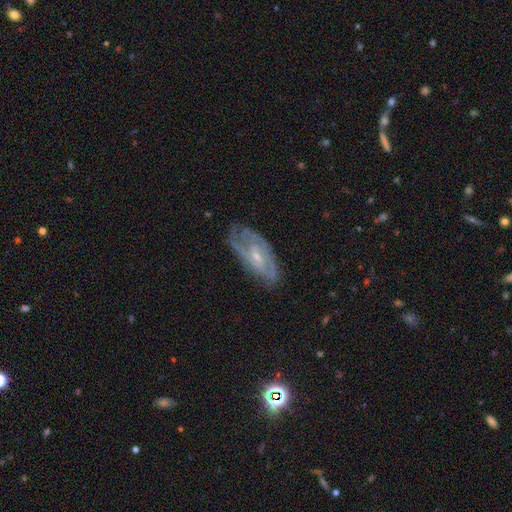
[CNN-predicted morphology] Smooth or featured: featured or disk — 71% (smooth — 18%)
Edge-on disk: no — 89% (yes — 11%)
Bar: no — 54% (weak — 36%)
Spiral arms: yes — 85% (no — 15%)
Spiral winding: tight — 50% (medium — 37%)
Spiral arm count: can't tell — 42% (2 — 35%)
Bulge size: small — 66% (moderate — 28%)
Merging: none — 71% (minor disturbance — 20%)